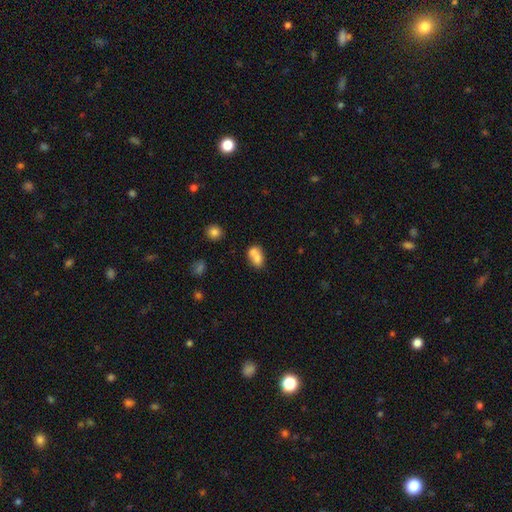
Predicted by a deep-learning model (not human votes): This appears to be a smooth galaxy with no disk features (73%) that is in between round and cigar-shaped (71%). Merging: merger (59%).